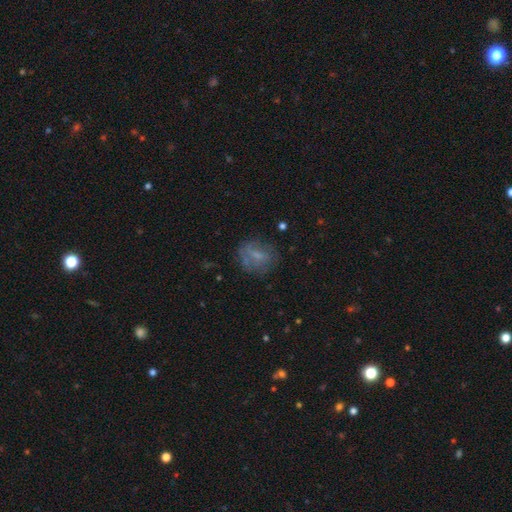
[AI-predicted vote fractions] Smooth or featured? smooth (47%)
Merging? none (64%)